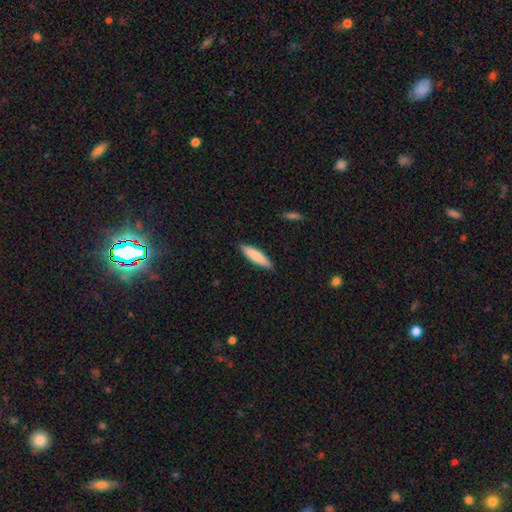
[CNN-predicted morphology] smooth_or_featured: smooth (p=0.82) [alt: featured or disk p=0.13]
how_rounded: cigar-shaped (p=0.75) [alt: in between p=0.24]
merging: none (p=0.89) [alt: minor disturbance p=0.08]